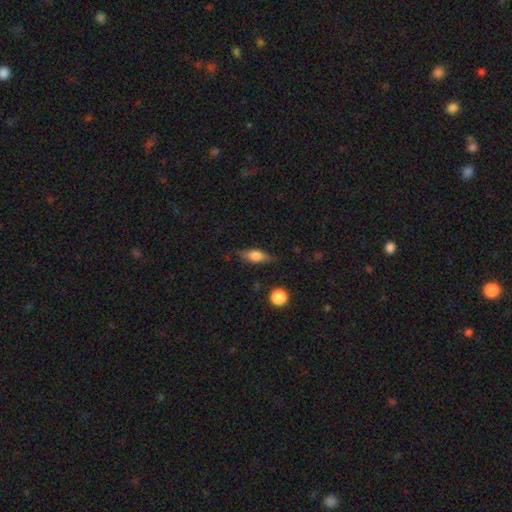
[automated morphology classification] smooth_or_featured: smooth (p=0.64) [alt: featured or disk p=0.28]
how_rounded: in between (p=0.69) [alt: cigar-shaped p=0.25]
merging: none (p=0.77) [alt: minor disturbance p=0.17]